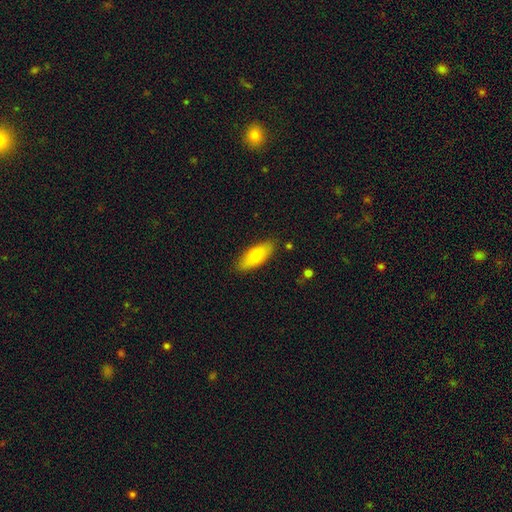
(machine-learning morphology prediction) This is likely a smooth galaxy (76%). How rounded: likely in between (76%). Merging: clearly none (85%).